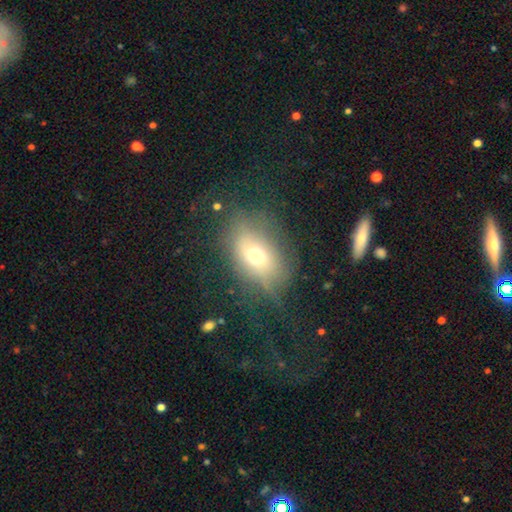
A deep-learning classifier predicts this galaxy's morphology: type=smooth (60%); roundness=in between (73%); merging=none (58%).